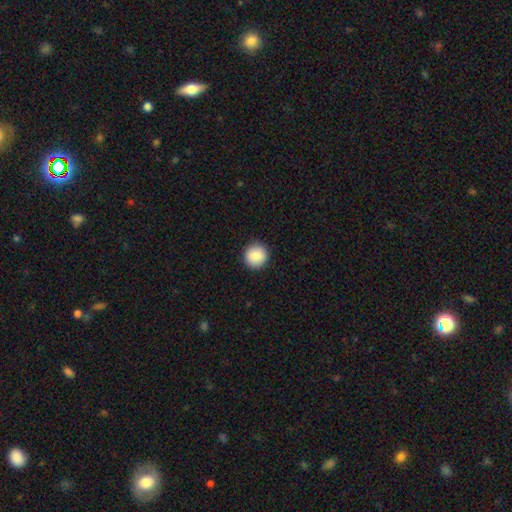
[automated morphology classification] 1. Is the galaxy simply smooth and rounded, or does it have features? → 87% smooth, 8% star or artifact, 6% featured or disk.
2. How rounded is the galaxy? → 94% round, 5% in between, 1% cigar-shaped.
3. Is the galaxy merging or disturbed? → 92% none, 5% minor disturbance, 2% major disturbance, 1% merger.